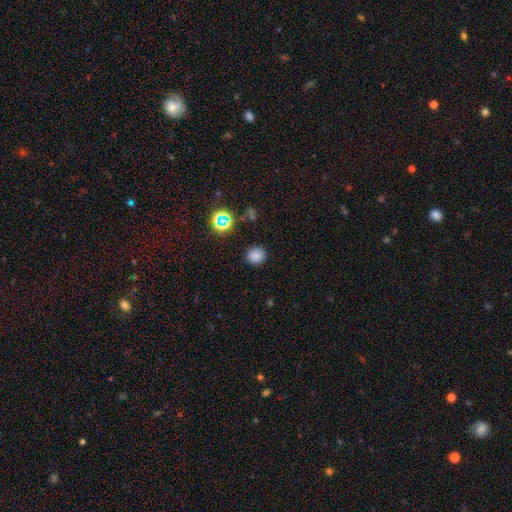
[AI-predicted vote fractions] This is likely a smooth galaxy (79%). How rounded: clearly round (89%). Merging: clearly none (89%).